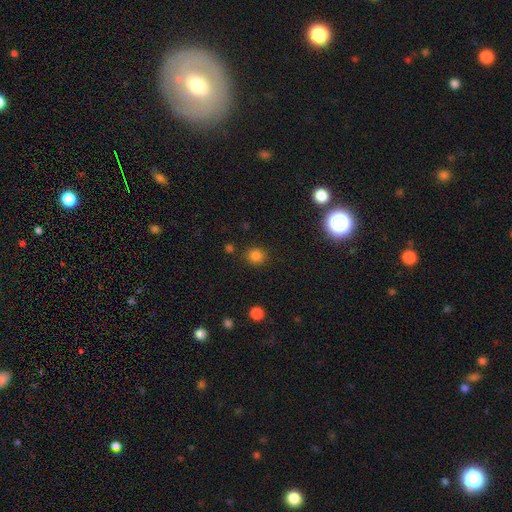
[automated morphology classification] A smooth galaxy with no disk features (82%) that is round (85%).

Vote fractions:
- Smooth or featured? smooth: 82% / star or artifact: 15% / featured or disk: 4%
- How rounded? round: 85% / in between: 14% / cigar-shaped: 1%
- Merging? none: 86% / minor disturbance: 8% / major disturbance: 3% / merger: 3%